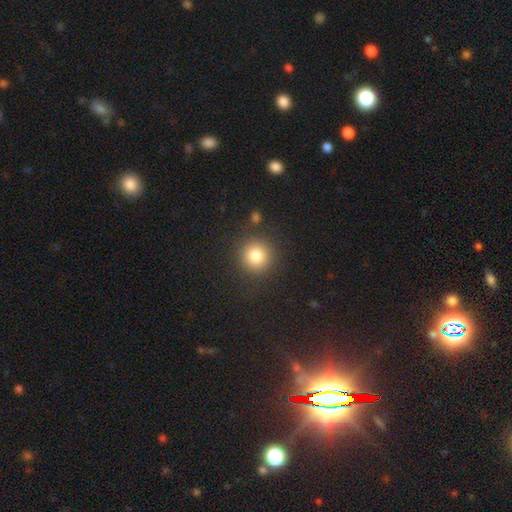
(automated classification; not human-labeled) Q: Smooth or featured?
A: smooth (82%); runner-up: star or artifact (11%)
Q: How rounded?
A: round (94%); runner-up: in between (5%)
Q: Merging?
A: none (87%); runner-up: minor disturbance (7%)